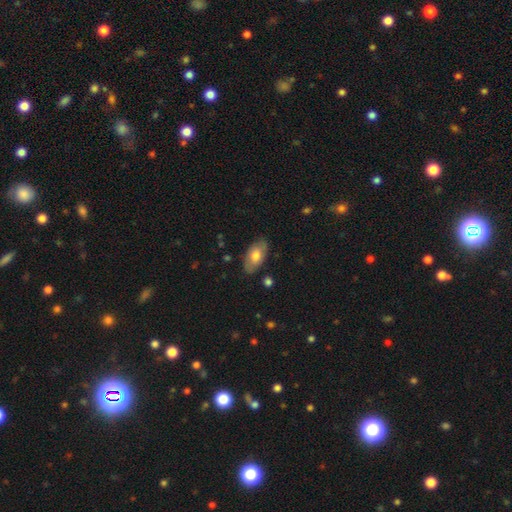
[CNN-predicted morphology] smooth-or-featured: smooth: 68% | featured or disk: 26% | star or artifact: 6%
  how-rounded: in between: 93% | round: 4% | cigar-shaped: 3%
  merging: none: 81% | minor disturbance: 14% | major disturbance: 3% | merger: 1%